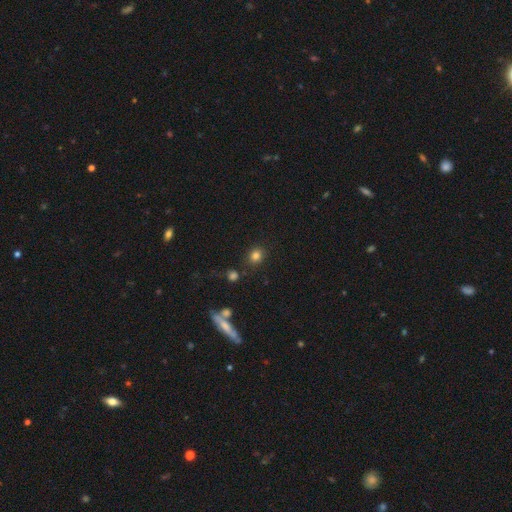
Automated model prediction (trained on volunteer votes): Smooth or featured: smooth — 80% (star or artifact — 14%)
How rounded: round — 77% (in between — 22%)
Merging: none — 82% (minor disturbance — 10%)